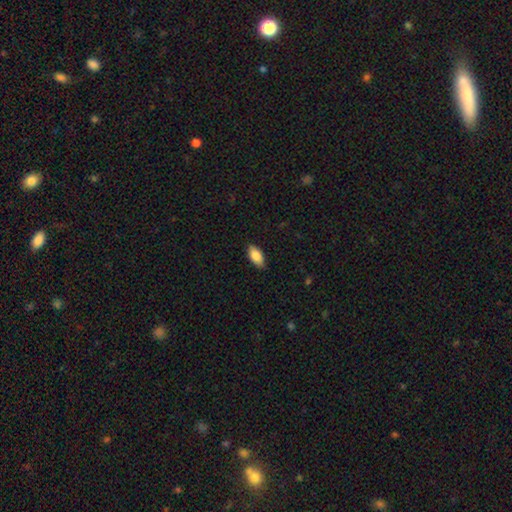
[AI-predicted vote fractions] smooth 85%, featured or disk 9%, star or artifact 6%. Down the decision tree: how rounded — in between (90%); merging — none (86%).